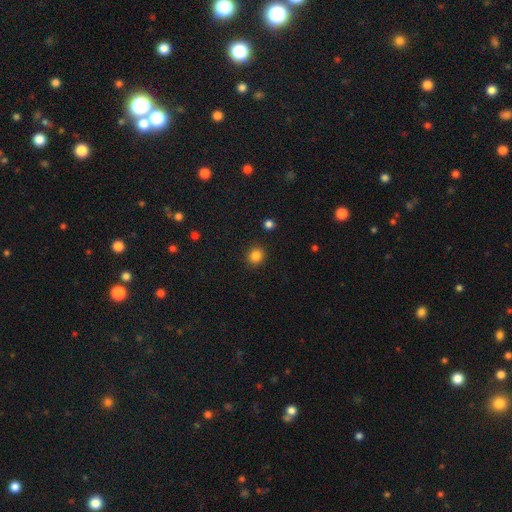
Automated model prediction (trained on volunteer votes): smooth 85%, star or artifact 11%, featured or disk 4%. Down the decision tree: how rounded — round (85%); merging — none (90%).